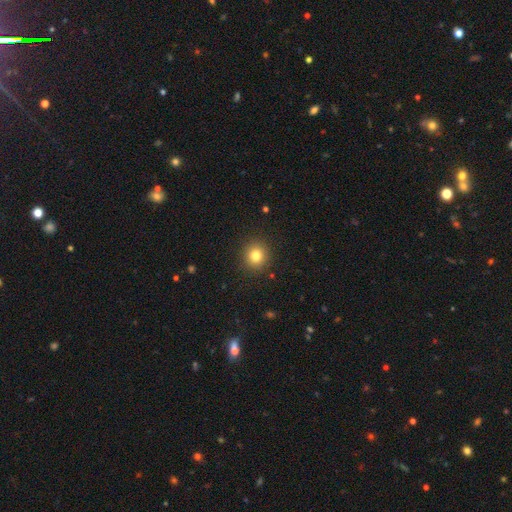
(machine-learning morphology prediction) Smooth or featured? Predicted: smooth (p=0.81). How rounded? Predicted: round (p=0.88). Merging? Predicted: none (p=0.91).